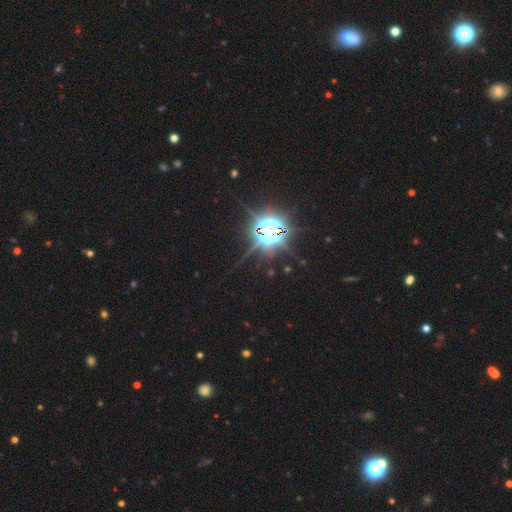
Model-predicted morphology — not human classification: Smooth or featured: star or artifact — 84% (smooth — 11%)